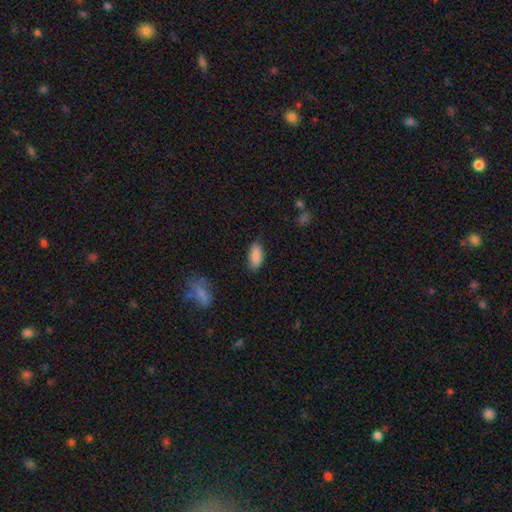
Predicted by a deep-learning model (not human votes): smooth-or-featured: smooth: 88% | star or artifact: 7% | featured or disk: 5%
  how-rounded: in between: 90% | cigar-shaped: 8% | round: 2%
  merging: none: 78% | minor disturbance: 17% | major disturbance: 3% | merger: 2%